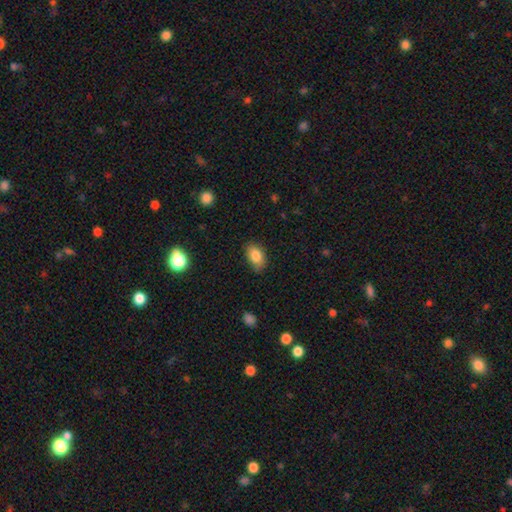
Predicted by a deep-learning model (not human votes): This is clearly a smooth galaxy (84%). How rounded: clearly in between (90%). Merging: likely none (79%).